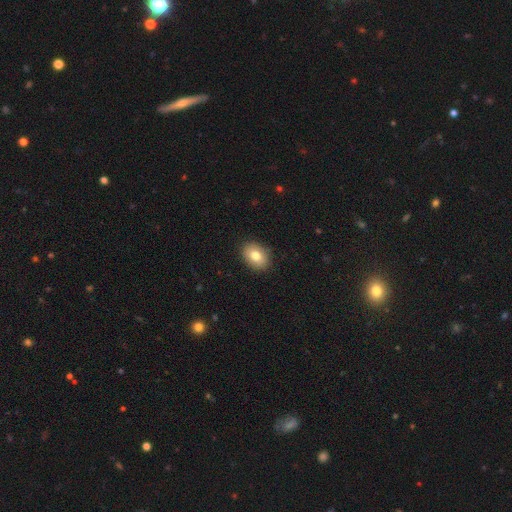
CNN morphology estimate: Q: Smooth or featured?
A: smooth (79%); runner-up: featured or disk (13%)
Q: How rounded?
A: in between (75%); runner-up: round (24%)
Q: Merging?
A: none (89%); runner-up: minor disturbance (8%)